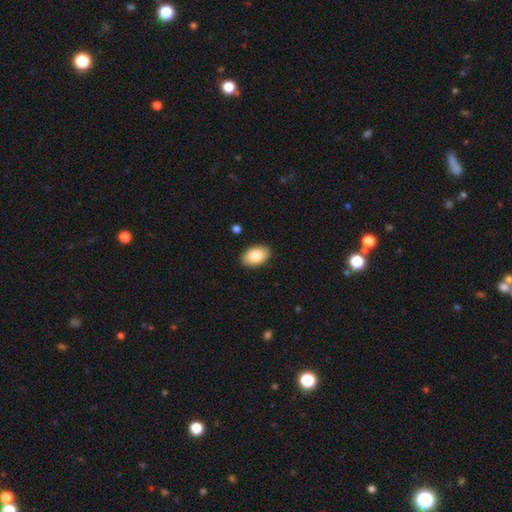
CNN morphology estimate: Smooth or featured?
  - smooth: 84% *
  - featured or disk: 10%
  - star or artifact: 6%
How rounded?
  - in between: 92% *
  - round: 7%
  - cigar-shaped: 1%
Merging?
  - none: 90% *
  - minor disturbance: 7%
  - major disturbance: 2%
  - merger: 1%